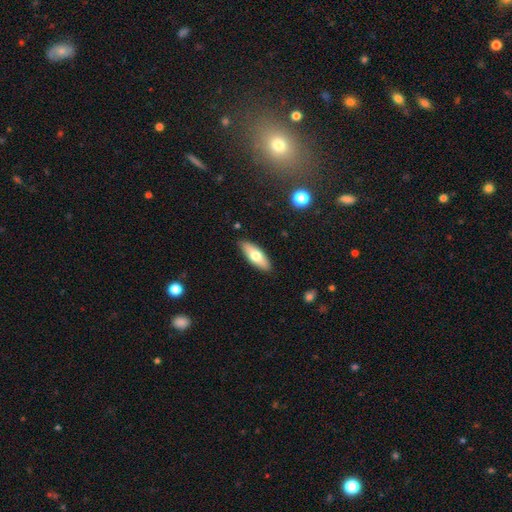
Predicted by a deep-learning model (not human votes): smooth_or_featured: smooth (p=0.65) [alt: featured or disk p=0.29]
how_rounded: in between (p=0.66) [alt: cigar-shaped p=0.31]
merging: none (p=0.88) [alt: minor disturbance p=0.09]